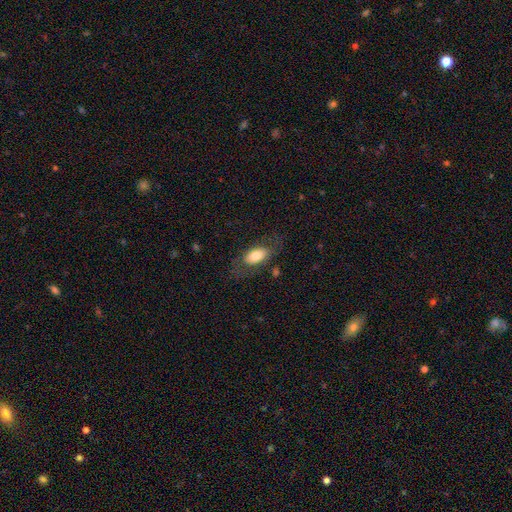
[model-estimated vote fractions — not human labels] Smooth or featured: smooth — 71% (featured or disk — 22%)
How rounded: in between — 91% (cigar-shaped — 5%)
Merging: none — 71% (minor disturbance — 16%)